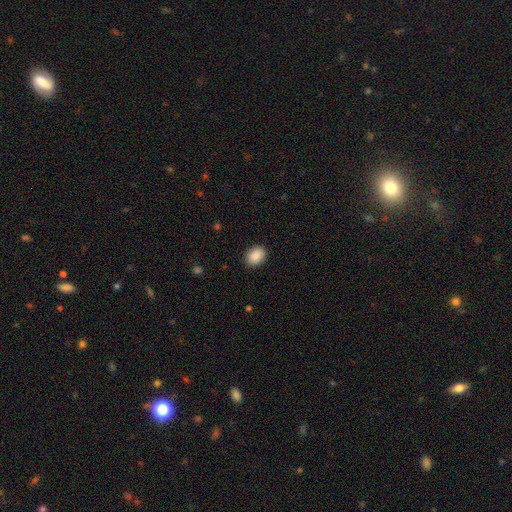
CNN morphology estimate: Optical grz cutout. It shows a smooth galaxy with no disk features (90%) that is in between round and cigar-shaped (64%). Merging: none (88%).